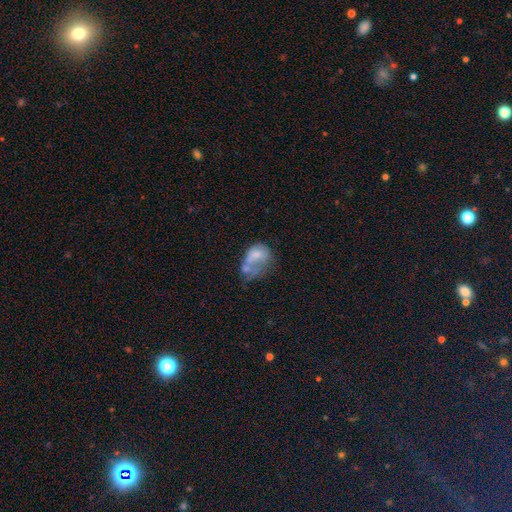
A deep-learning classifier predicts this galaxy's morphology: This is possibly a smooth galaxy (54%). How rounded: likely in between (71%). Merging: marginally merger (38%).